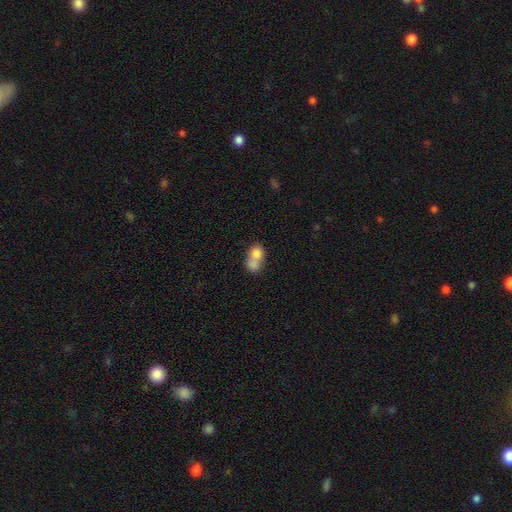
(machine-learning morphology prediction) The model was most divided on "how rounded": round: 50%, in between: 48%, cigar-shaped: 2%. More confident: smooth or featured — smooth (76%); merging — merger (71%).